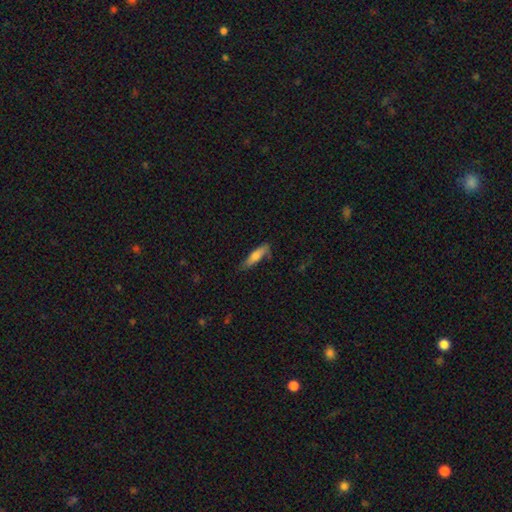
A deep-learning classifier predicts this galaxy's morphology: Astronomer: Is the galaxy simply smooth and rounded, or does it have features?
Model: smooth — 68%.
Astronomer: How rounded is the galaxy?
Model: cigar-shaped — 71%.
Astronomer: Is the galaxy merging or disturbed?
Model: none — 71%.